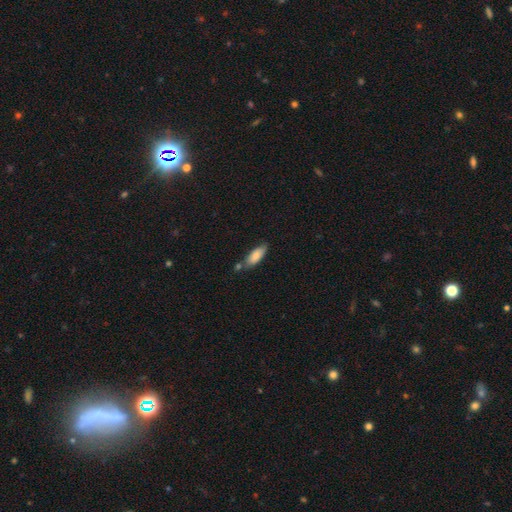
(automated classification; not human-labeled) smooth-or-featured: smooth: 81% | featured or disk: 12% | star or artifact: 7%
  how-rounded: in between: 70% | cigar-shaped: 28% | round: 2%
  merging: none: 62% | minor disturbance: 20% | merger: 14% | major disturbance: 4%